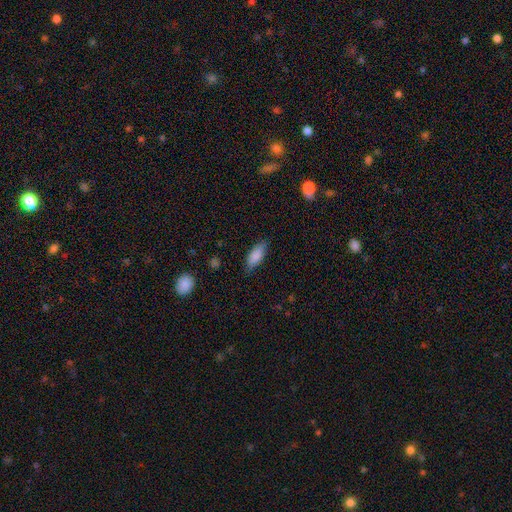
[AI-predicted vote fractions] Morphology: type=smooth (86%); roundness=in between (82%); merging=none (79%).